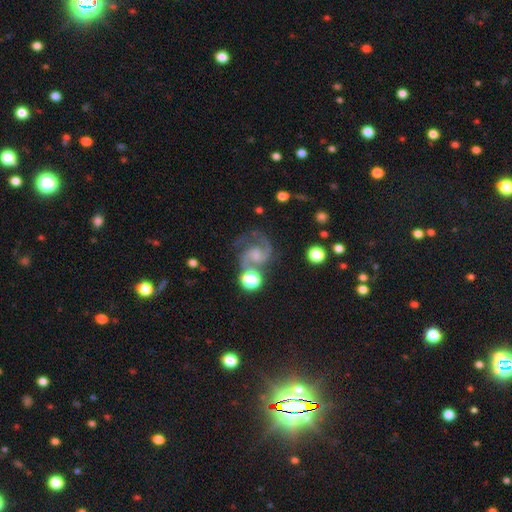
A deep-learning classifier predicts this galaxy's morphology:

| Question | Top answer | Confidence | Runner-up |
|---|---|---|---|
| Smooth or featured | featured or disk | 87% | star or artifact (7%) |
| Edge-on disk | no | 98% | yes (2%) |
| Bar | no | 58% | weak (35%) |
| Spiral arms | yes | 98% | no (2%) |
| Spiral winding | medium | 61% | tight (21%) |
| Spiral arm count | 2 | 90% | 1 (3%) |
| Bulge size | small | 48% | moderate (27%) |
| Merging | none | 60% | minor disturbance (18%) |